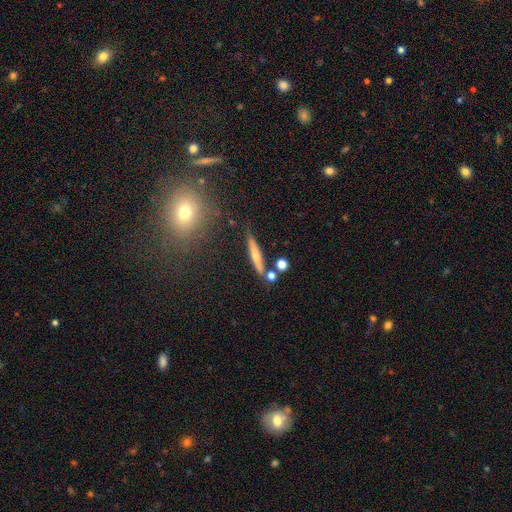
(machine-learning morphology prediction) Smooth or featured? Predicted: smooth (p=0.55). How rounded? Predicted: cigar-shaped (p=0.87). Merging? Predicted: none (p=0.75).